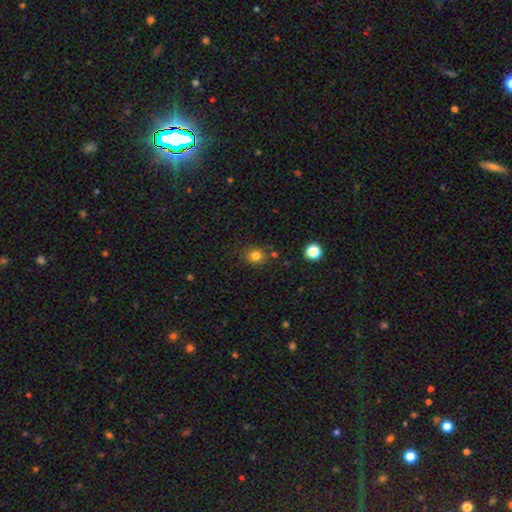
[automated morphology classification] The model was most divided on "smooth or featured": smooth: 80%, star or artifact: 14%, featured or disk: 5%. More confident: how rounded — round (84%); merging — none (81%).